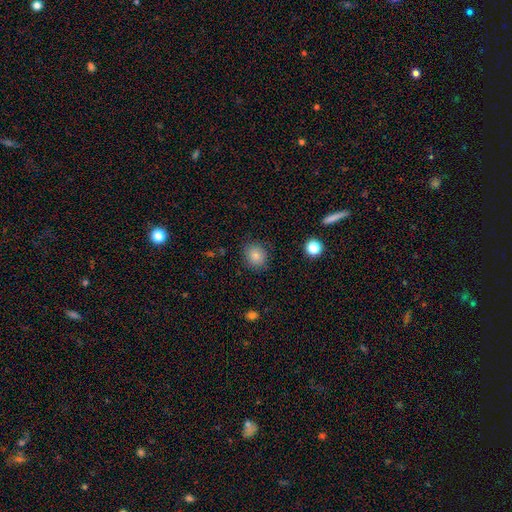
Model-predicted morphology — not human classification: Smooth or featured?
  - smooth: 84% *
  - star or artifact: 10%
  - featured or disk: 6%
How rounded?
  - round: 78% *
  - in between: 21%
  - cigar-shaped: 1%
Merging?
  - none: 86% *
  - minor disturbance: 10%
  - major disturbance: 3%
  - merger: 1%